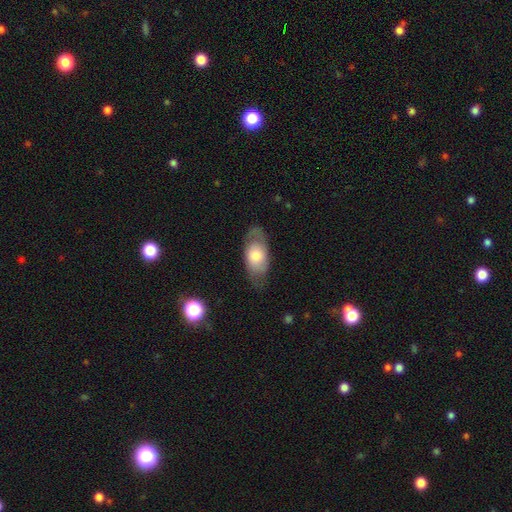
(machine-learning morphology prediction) type=smooth (60%); roundness=in between (89%); merging=none (68%).